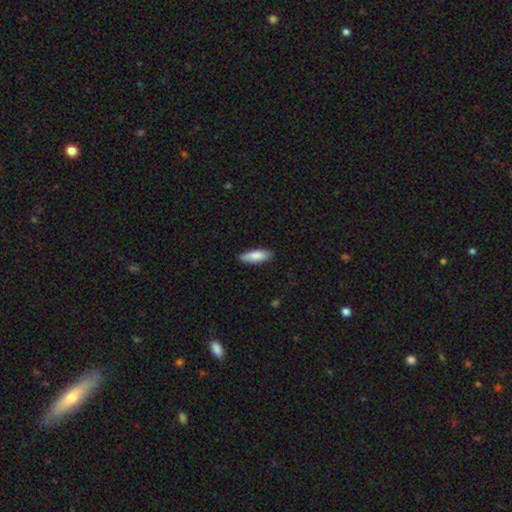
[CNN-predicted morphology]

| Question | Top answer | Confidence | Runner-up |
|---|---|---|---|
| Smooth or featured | smooth | 85% | featured or disk (9%) |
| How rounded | in between | 59% | cigar-shaped (39%) |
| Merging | none | 89% | minor disturbance (9%) |